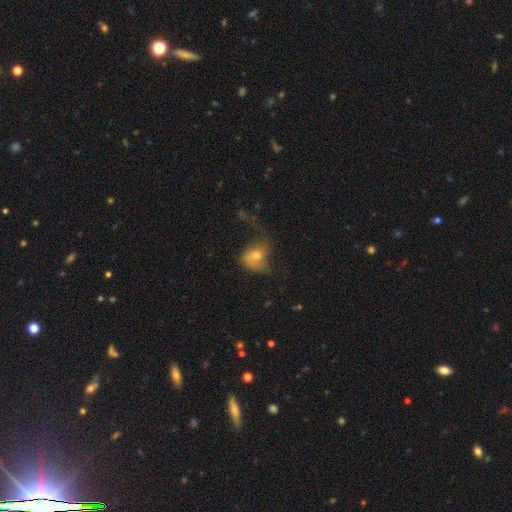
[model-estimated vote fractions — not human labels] Morphology: type=smooth (65%); roundness=in between (52%); merging=major disturbance (41%).